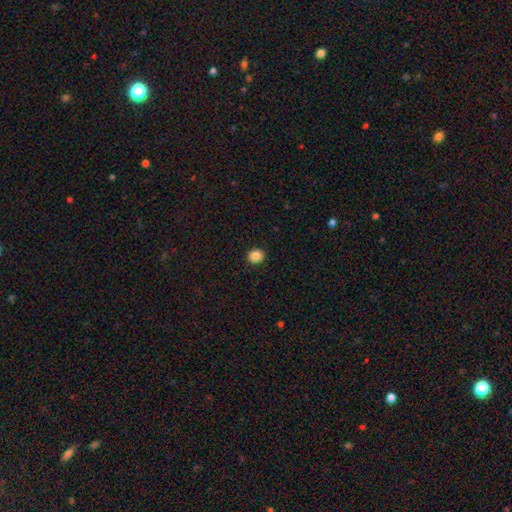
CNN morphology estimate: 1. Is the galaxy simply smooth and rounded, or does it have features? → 85% smooth, 10% star or artifact, 5% featured or disk.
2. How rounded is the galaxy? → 79% round, 20% in between, 1% cigar-shaped.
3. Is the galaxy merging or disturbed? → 92% none, 5% minor disturbance, 2% major disturbance, 1% merger.